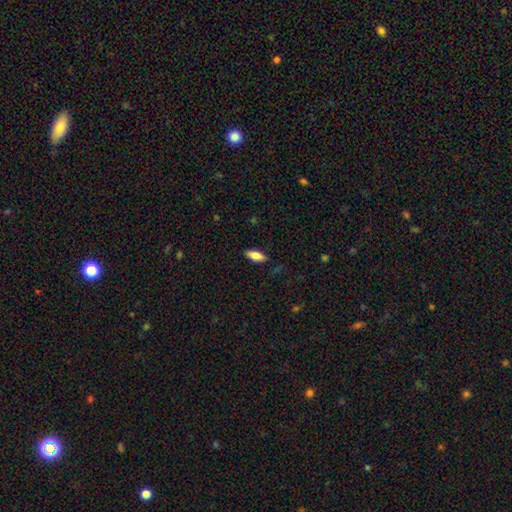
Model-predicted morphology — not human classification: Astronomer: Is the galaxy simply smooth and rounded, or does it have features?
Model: smooth — 75%.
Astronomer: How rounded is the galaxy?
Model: in between — 76%.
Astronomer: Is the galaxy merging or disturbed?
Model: none — 87%.